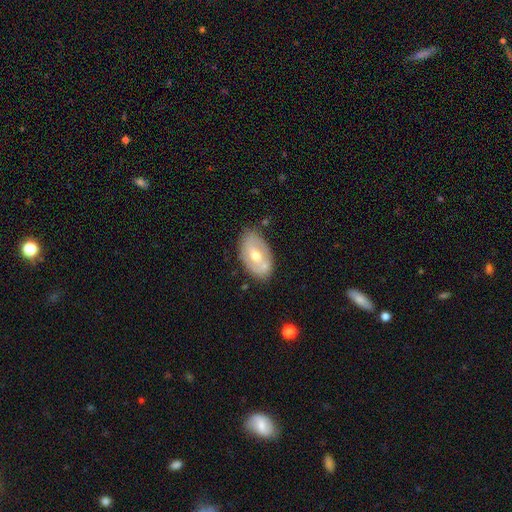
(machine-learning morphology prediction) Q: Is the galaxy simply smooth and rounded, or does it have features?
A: featured or disk — 53%.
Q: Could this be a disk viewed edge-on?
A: no — 91%.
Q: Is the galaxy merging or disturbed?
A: none — 70%.